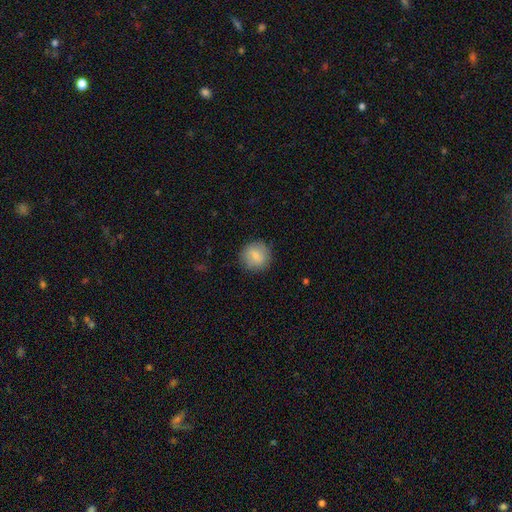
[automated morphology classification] smooth 80%, featured or disk 12%, star or artifact 8%. Down the decision tree: how rounded — round (90%); merging — none (87%).